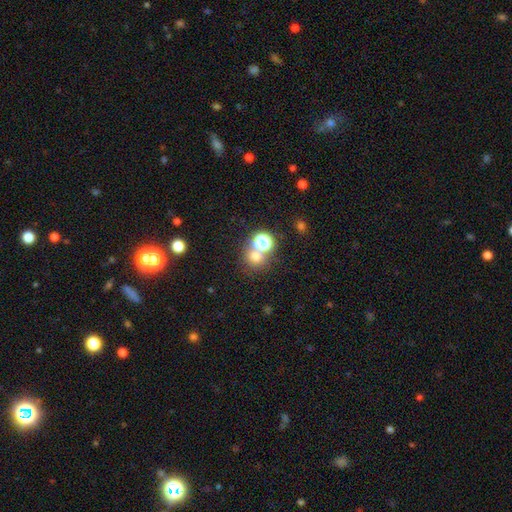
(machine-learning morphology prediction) The model was most divided on "merging": none: 57%, merger: 31%, minor disturbance: 7%, major disturbance: 4%. More confident: how rounded — round (85%); smooth or featured — smooth (66%).